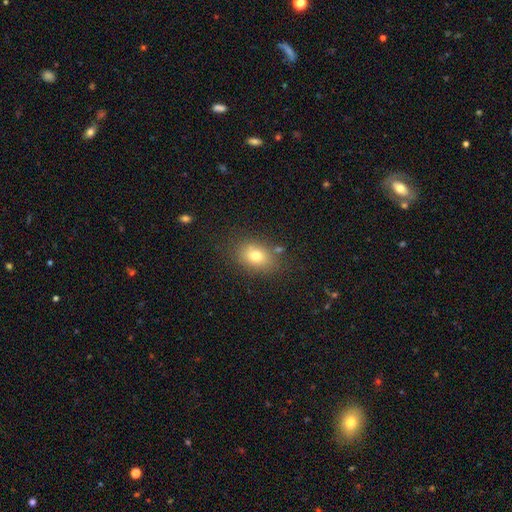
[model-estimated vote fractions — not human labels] A smooth galaxy with no disk features (77%) that is in between round and cigar-shaped (71%). Merging: none (77%).